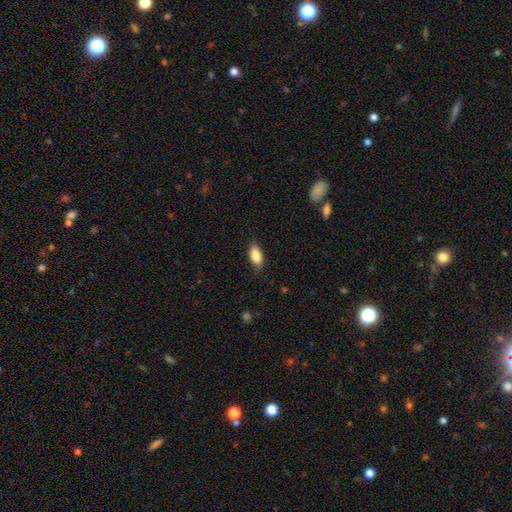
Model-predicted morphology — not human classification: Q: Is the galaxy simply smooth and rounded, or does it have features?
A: smooth — 87%.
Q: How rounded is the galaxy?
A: in between — 90%.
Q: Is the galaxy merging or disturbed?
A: none — 84%.